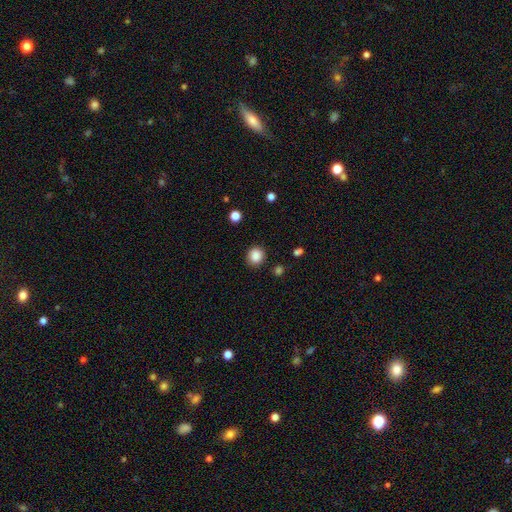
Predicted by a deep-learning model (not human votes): smooth_or_featured: smooth (p=0.87) [alt: star or artifact p=0.10]
how_rounded: round (p=0.84) [alt: in between p=0.15]
merging: none (p=0.88) [alt: minor disturbance p=0.07]